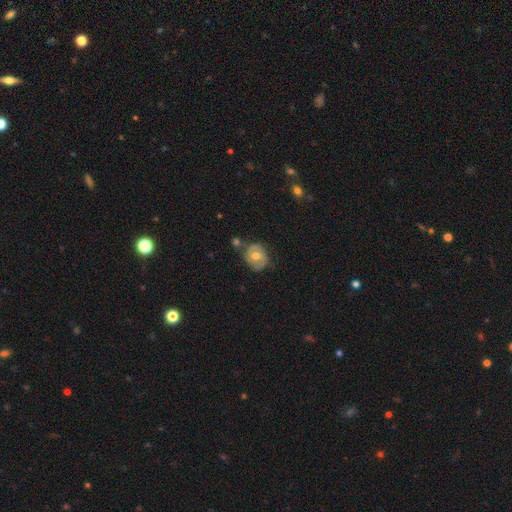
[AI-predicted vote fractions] Q: Smooth or featured?
A: featured or disk (53%); runner-up: smooth (40%)
Q: Edge-on disk?
A: no (96%); runner-up: yes (4%)
Q: Bar?
A: no (58%); runner-up: weak (33%)
Q: Spiral arms?
A: yes (57%); runner-up: no (43%)
Q: Bulge size?
A: moderate (77%); runner-up: small (13%)
Q: Merging?
A: none (62%); runner-up: minor disturbance (22%)